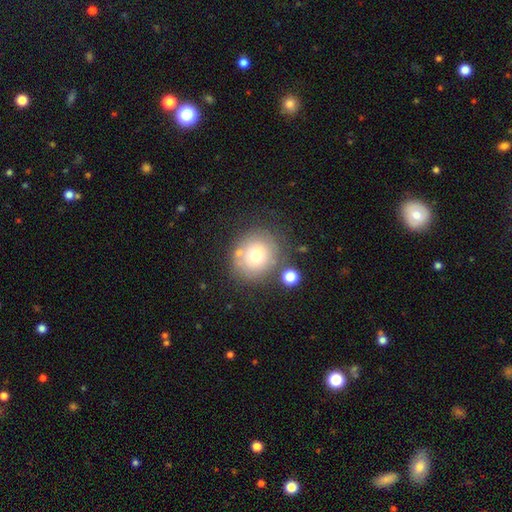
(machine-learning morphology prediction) Smooth or featured: smooth — 68% (featured or disk — 20%)
How rounded: round — 85% (in between — 15%)
Merging: none — 71% (minor disturbance — 14%)